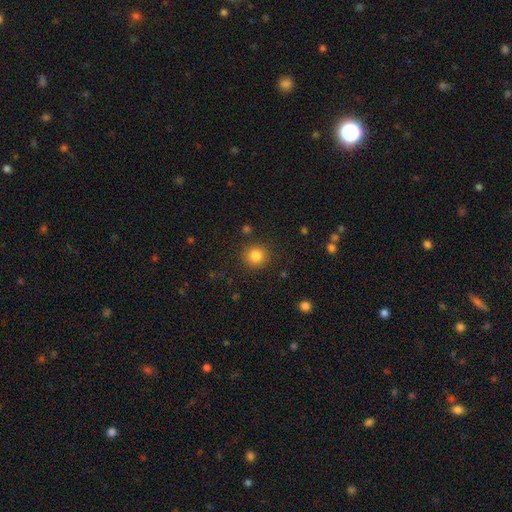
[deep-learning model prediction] Overall: smooth (83%). How rounded: round (93%). Merging: none (89%).